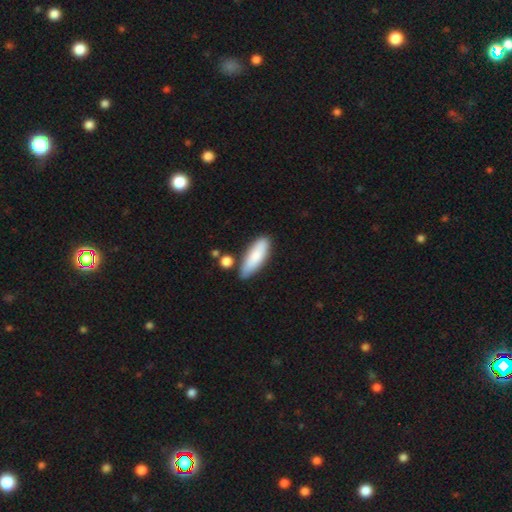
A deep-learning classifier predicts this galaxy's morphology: smooth 82%, featured or disk 12%, star or artifact 6%. Down the decision tree: how rounded — in between (57%); merging — none (74%).